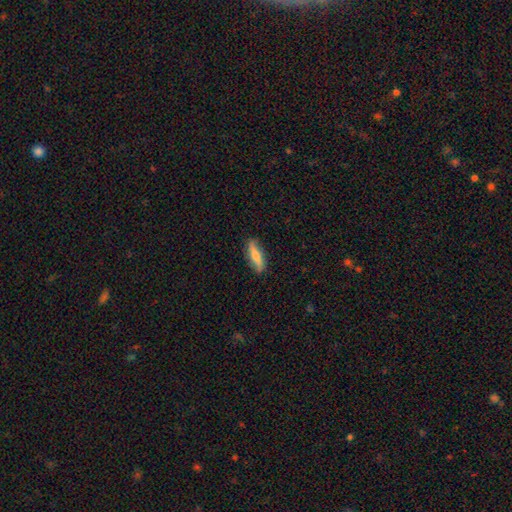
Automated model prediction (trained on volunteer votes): This appears to be a smooth galaxy with no disk features (53%) that is cigar-shaped (55%). Merging: none (83%).